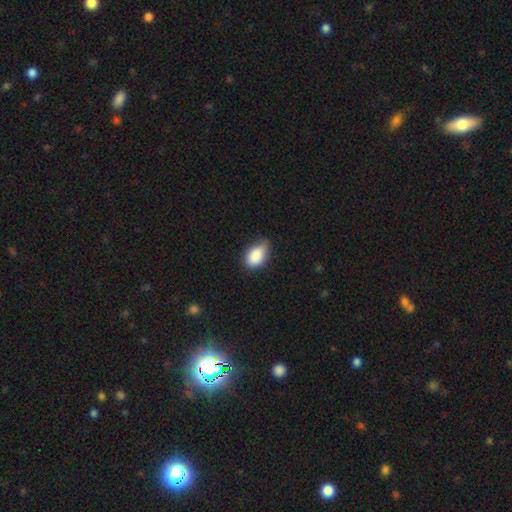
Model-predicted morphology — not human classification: Smooth or featured? smooth (88%)
How rounded? in between (89%)
Merging? none (61%)